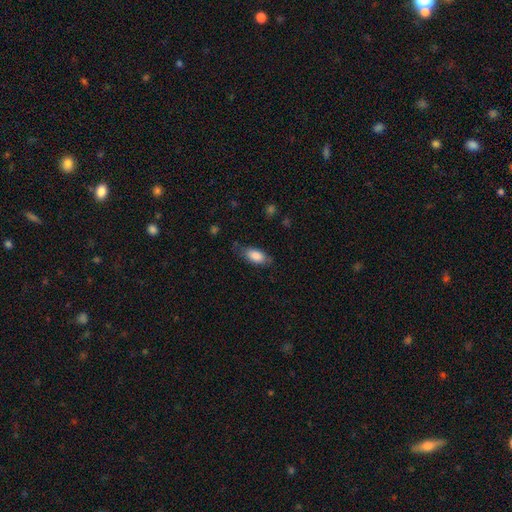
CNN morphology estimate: Smooth or featured?
  - smooth: 83% *
  - featured or disk: 10%
  - star or artifact: 6%
How rounded?
  - in between: 87% *
  - cigar-shaped: 10%
  - round: 3%
Merging?
  - none: 72% *
  - minor disturbance: 21%
  - major disturbance: 5%
  - merger: 1%